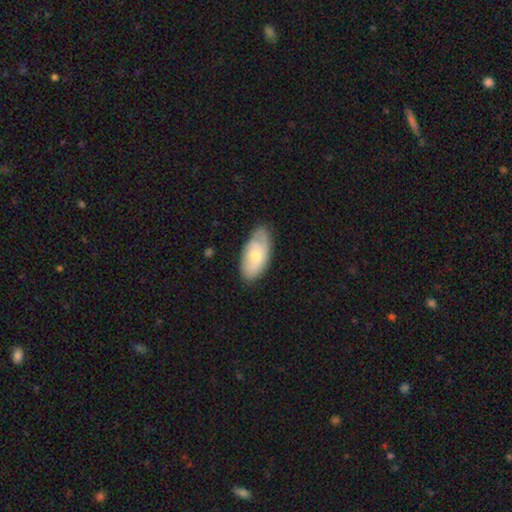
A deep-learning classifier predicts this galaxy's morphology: Smooth or featured: smooth — 57% (featured or disk — 37%)
How rounded: in between — 93% (cigar-shaped — 4%)
Merging: none — 66% (minor disturbance — 27%)